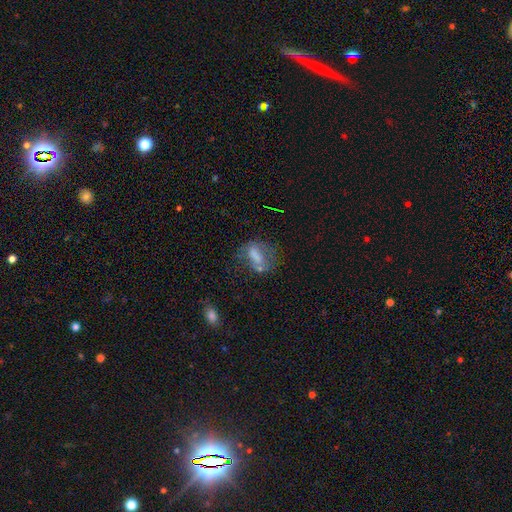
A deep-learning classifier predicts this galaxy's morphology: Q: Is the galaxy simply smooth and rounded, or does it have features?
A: smooth — 55%.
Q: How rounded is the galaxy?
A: in between — 72%.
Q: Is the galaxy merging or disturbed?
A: none — 37%.